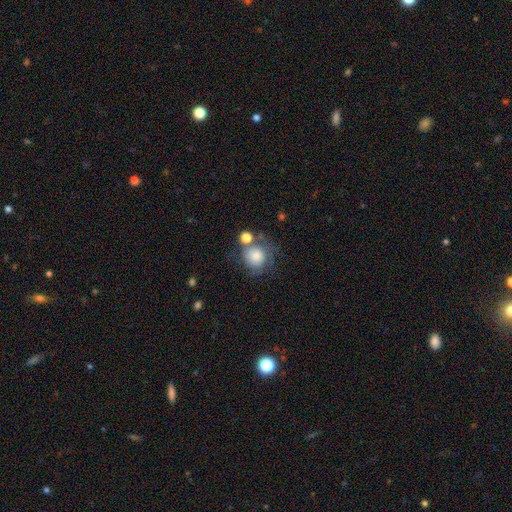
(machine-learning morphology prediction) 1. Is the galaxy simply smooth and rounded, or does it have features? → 75% smooth, 15% featured or disk, 10% star or artifact.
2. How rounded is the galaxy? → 86% round, 14% in between, 1% cigar-shaped.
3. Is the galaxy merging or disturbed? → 52% none, 19% minor disturbance, 17% merger, 13% major disturbance.